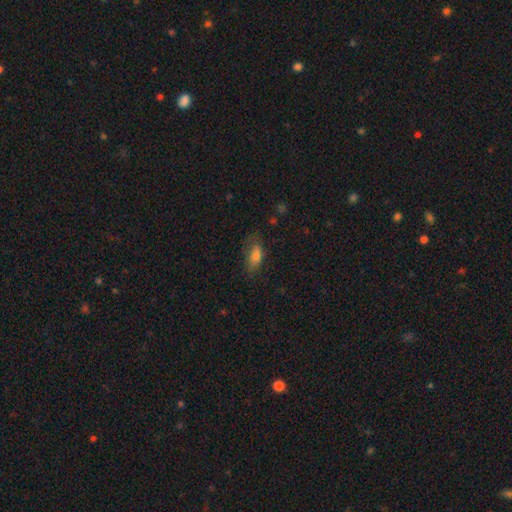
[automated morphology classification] smooth_or_featured: smooth (p=0.76) [alt: featured or disk p=0.14]
how_rounded: in between (p=0.85) [alt: cigar-shaped p=0.10]
merging: none (p=0.60) [alt: minor disturbance p=0.26]